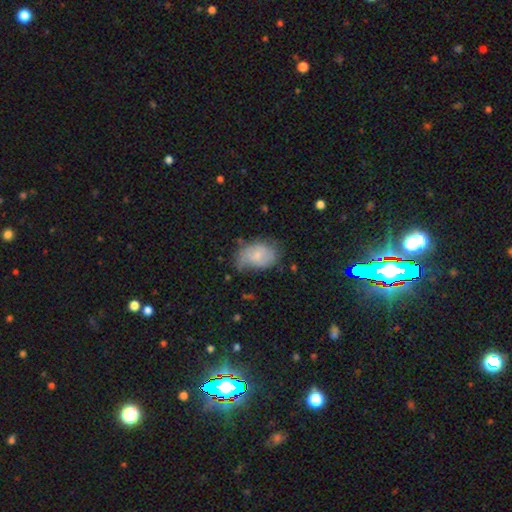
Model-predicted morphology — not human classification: A smooth galaxy with no disk features (59%) that is in between round and cigar-shaped (83%). Merging: none (46%).